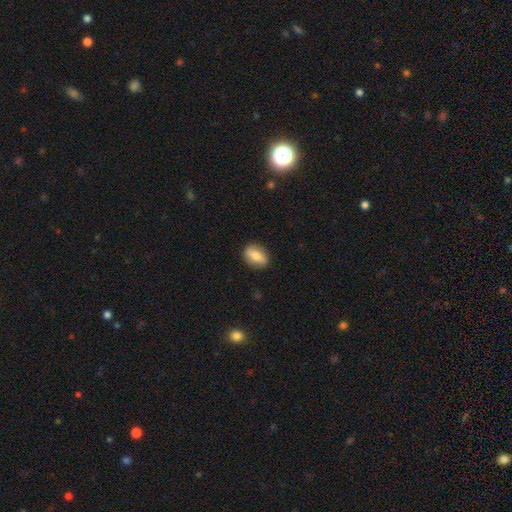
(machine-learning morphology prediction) This appears to be a smooth galaxy with no disk features (67%) that is in between round and cigar-shaped (78%). Merging: none (86%).